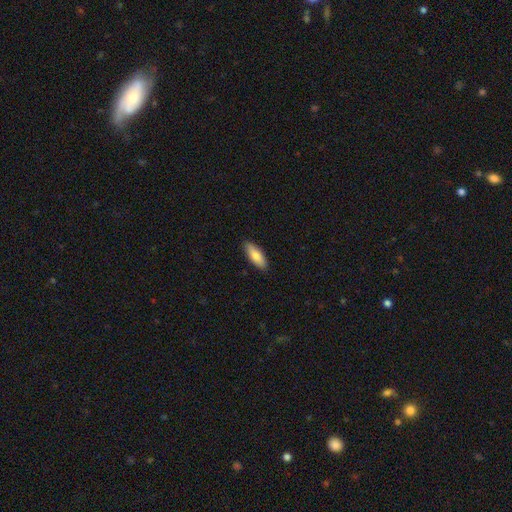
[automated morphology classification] Smooth or featured? smooth (80%)
How rounded? in between (71%)
Merging? none (89%)